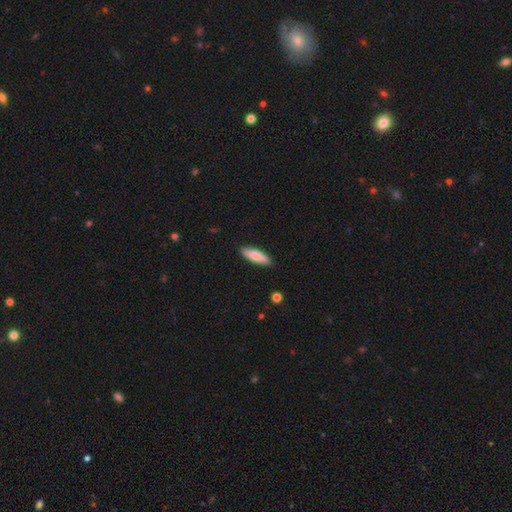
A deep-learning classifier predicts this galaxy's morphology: A smooth galaxy with no disk features (77%) that is cigar-shaped (57%). Merging: none (88%).